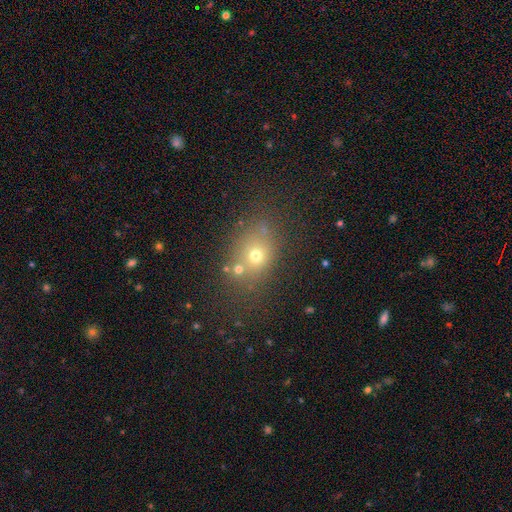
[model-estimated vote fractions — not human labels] smooth_or_featured: smooth (p=0.63) [alt: star or artifact p=0.22]
how_rounded: round (p=0.50) [alt: in between p=0.49]
merging: none (p=0.69) [alt: minor disturbance p=0.13]